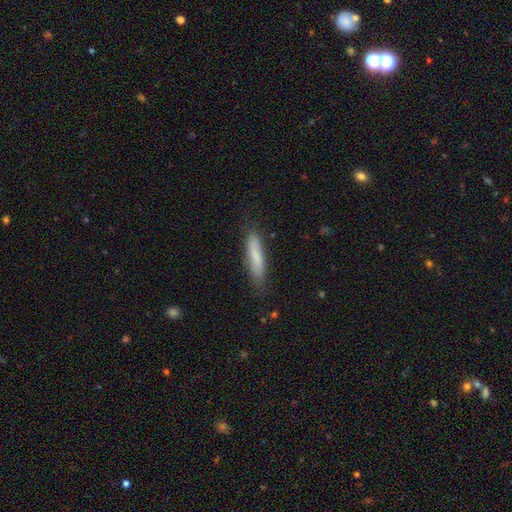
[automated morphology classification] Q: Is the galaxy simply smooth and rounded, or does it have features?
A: smooth — 74%.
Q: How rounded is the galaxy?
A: cigar-shaped — 81%.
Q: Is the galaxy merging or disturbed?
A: none — 78%.